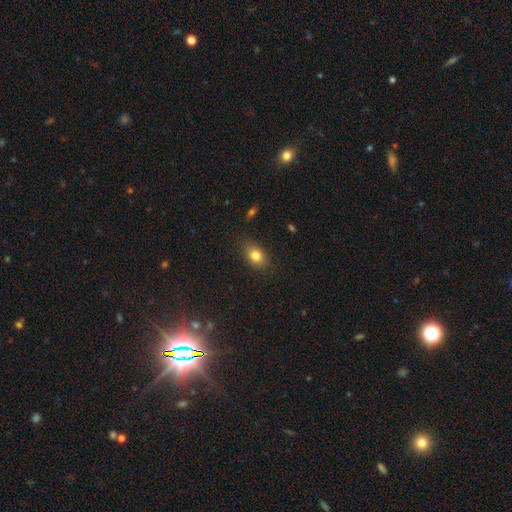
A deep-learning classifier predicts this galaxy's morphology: smooth_or_featured: smooth (p=0.81) [alt: star or artifact p=0.10]
how_rounded: in between (p=0.71) [alt: round p=0.27]
merging: none (p=0.84) [alt: minor disturbance p=0.12]